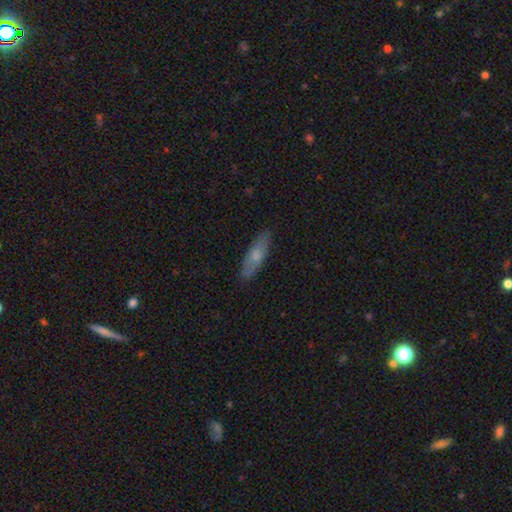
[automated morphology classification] Smooth or featured? Predicted: smooth (p=0.64). How rounded? Predicted: cigar-shaped (p=0.62). Merging? Predicted: none (p=0.86).